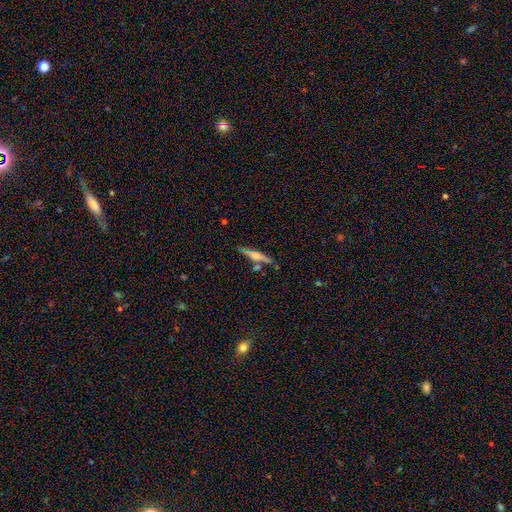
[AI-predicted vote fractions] Smooth or featured? featured or disk (53%)
Edge-on disk? yes (95%)
Edge-on bulge? rounded (68%)
Merging? none (76%)